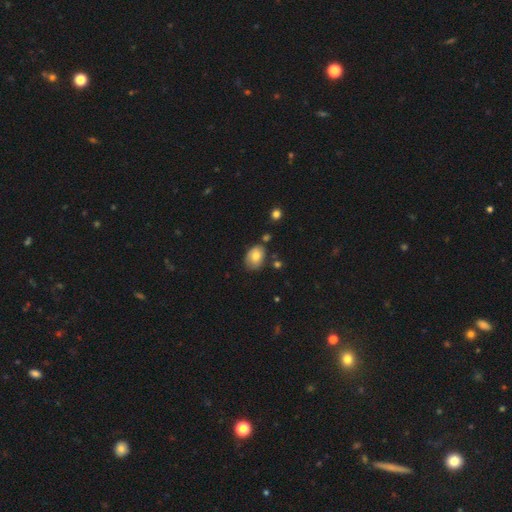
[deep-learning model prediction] Smooth or featured: smooth — 75% (featured or disk — 17%)
How rounded: in between — 75% (round — 24%)
Merging: none — 65% (minor disturbance — 25%)